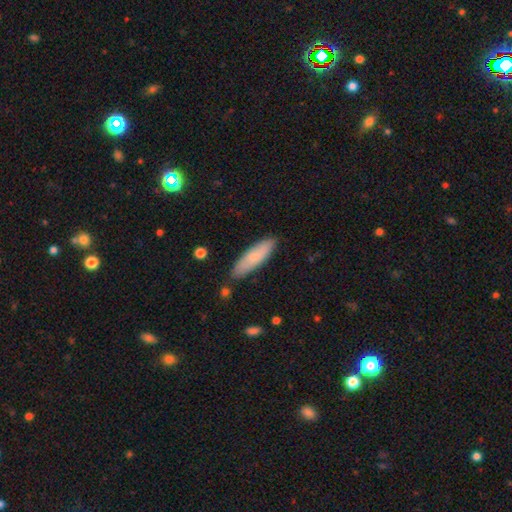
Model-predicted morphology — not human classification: smooth 77%, featured or disk 17%, star or artifact 6%. Down the decision tree: how rounded — cigar-shaped (59%); merging — none (83%).